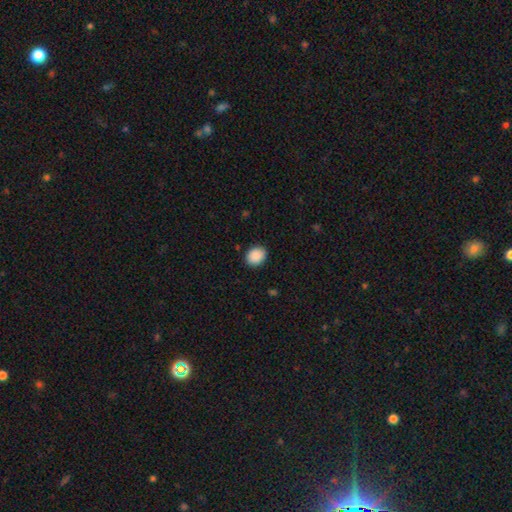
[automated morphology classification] The model was most divided on "how rounded": in between: 52%, round: 48%, cigar-shaped: 1%. More confident: smooth or featured — smooth (90%); merging — none (88%).